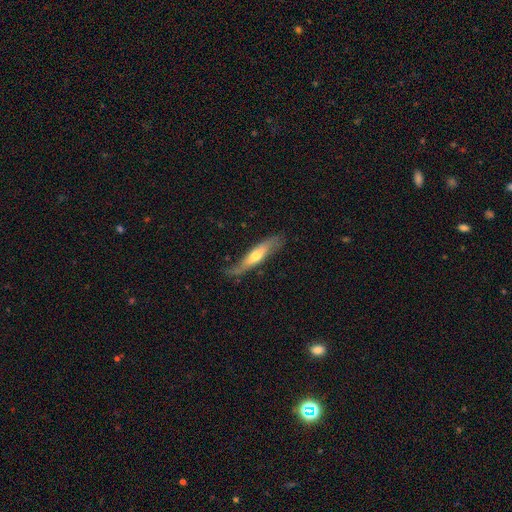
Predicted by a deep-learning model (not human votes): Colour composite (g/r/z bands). It shows a featured or disk galaxy (50%). Merging: none (67%).